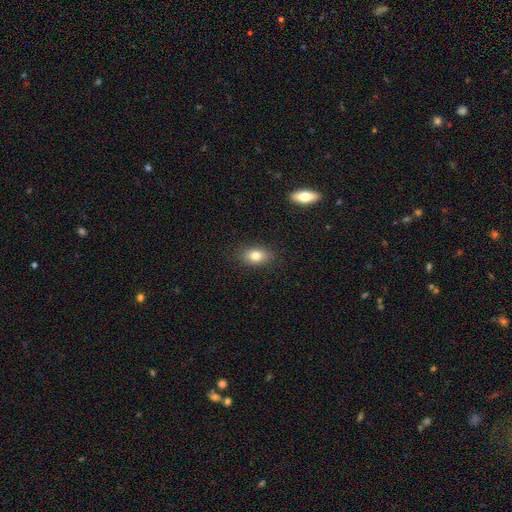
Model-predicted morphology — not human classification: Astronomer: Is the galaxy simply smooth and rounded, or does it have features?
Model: smooth — 79%.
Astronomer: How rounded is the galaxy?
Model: in between — 80%.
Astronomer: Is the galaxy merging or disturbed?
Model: none — 86%.